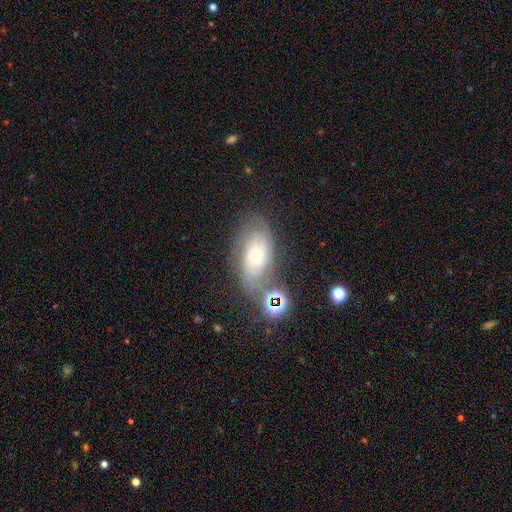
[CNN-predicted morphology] featured or disk 63%, smooth 23%, star or artifact 14%. Down the decision tree: edge-on disk — no (93%); bar — no (78%); spiral arms — yes (82%); bulge size — moderate (51%); merging — none (61%).